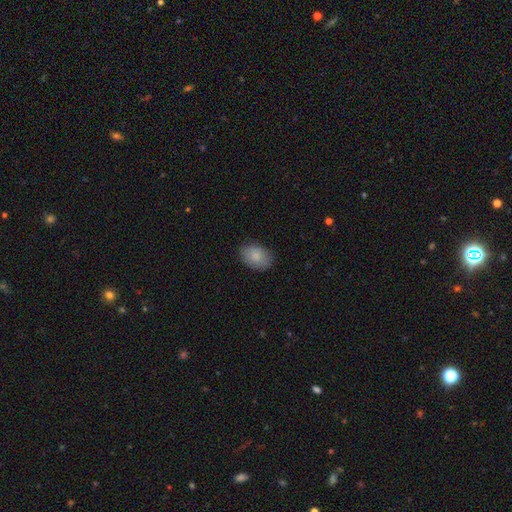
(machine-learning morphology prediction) A smooth galaxy with no disk features (86%) that is in between round and cigar-shaped (81%). Merging: none (83%).